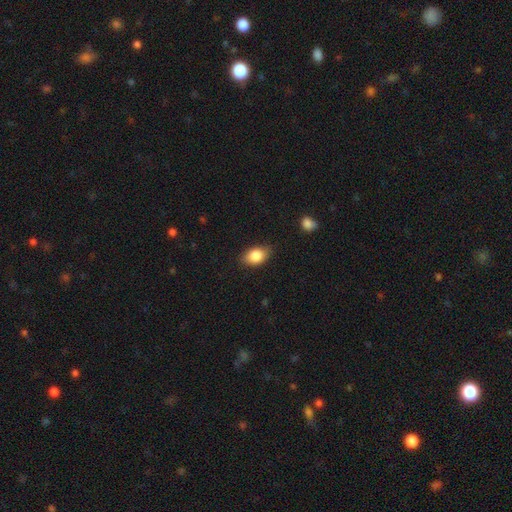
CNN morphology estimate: smooth_or_featured: smooth (p=0.85) [alt: featured or disk p=0.08]
how_rounded: in between (p=0.86) [alt: round p=0.12]
merging: none (p=0.82) [alt: minor disturbance p=0.14]